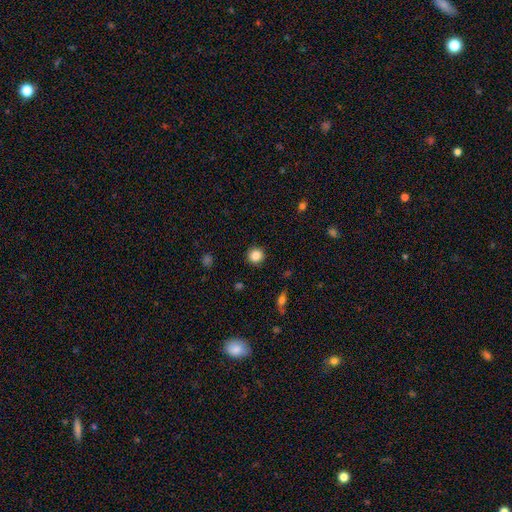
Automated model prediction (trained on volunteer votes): A smooth galaxy with no disk features (86%) that is round (93%). Merging: none (90%).